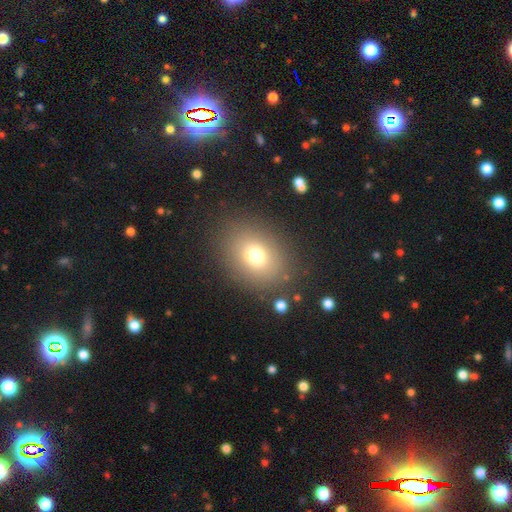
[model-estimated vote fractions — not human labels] smooth 71%, star or artifact 15%, featured or disk 14%. Down the decision tree: how rounded — in between (52%); merging — none (81%).